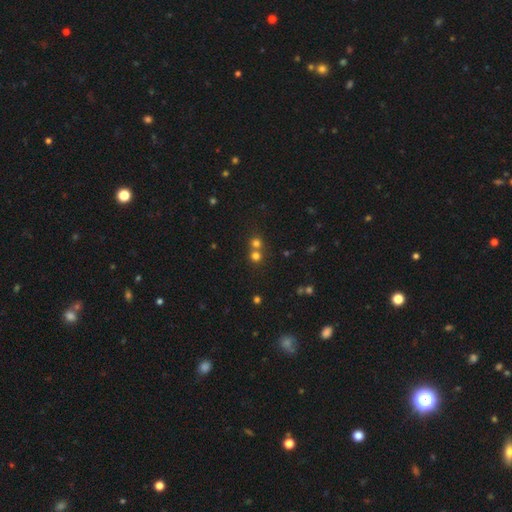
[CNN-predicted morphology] smooth_or_featured: smooth (p=0.70) [alt: star or artifact p=0.22]
how_rounded: round (p=0.90) [alt: in between p=0.09]
merging: none (p=0.52) [alt: merger p=0.42]